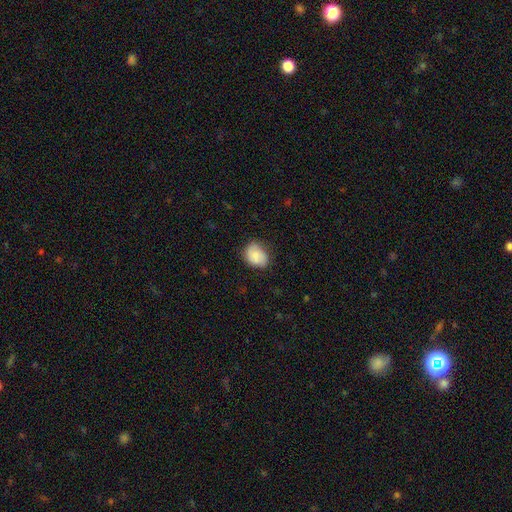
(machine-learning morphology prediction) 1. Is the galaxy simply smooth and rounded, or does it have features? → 80% smooth, 12% featured or disk, 7% star or artifact.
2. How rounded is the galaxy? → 59% in between, 40% round, 1% cigar-shaped.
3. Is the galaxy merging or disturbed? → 70% none, 24% minor disturbance, 5% major disturbance, 1% merger.